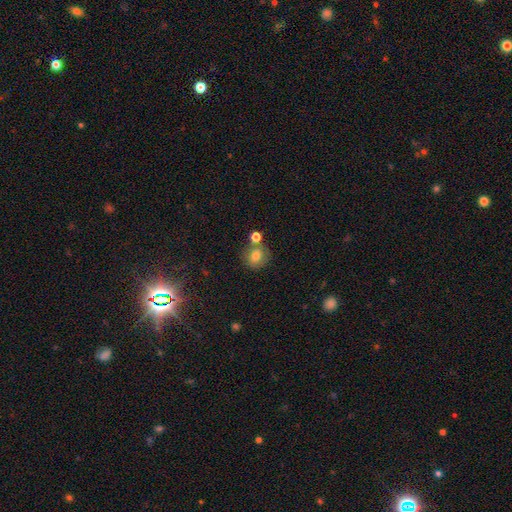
Smooth or featured? smooth (78%)
How rounded? round (84%)
Merging? none (59%)